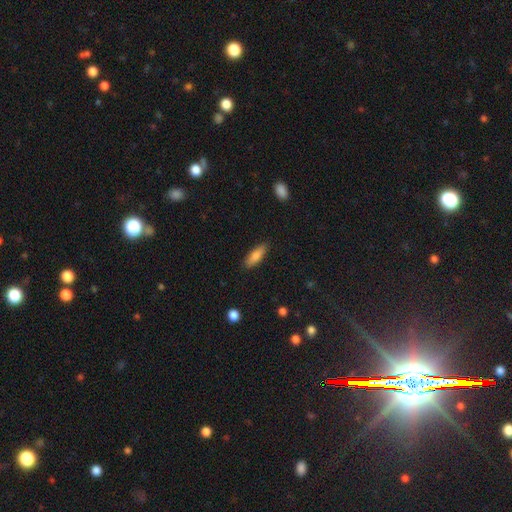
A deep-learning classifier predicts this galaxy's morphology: This appears to be a smooth galaxy with no disk features (79%) that is in between round and cigar-shaped (54%). Merging: none (86%).